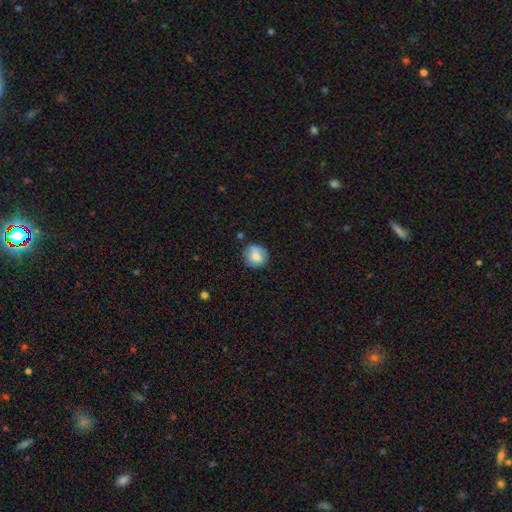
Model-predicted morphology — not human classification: Smooth or featured?
  - smooth: 74% *
  - featured or disk: 17%
  - star or artifact: 9%
How rounded?
  - round: 87% *
  - in between: 12%
  - cigar-shaped: 1%
Merging?
  - none: 74% *
  - minor disturbance: 19%
  - major disturbance: 4%
  - merger: 4%